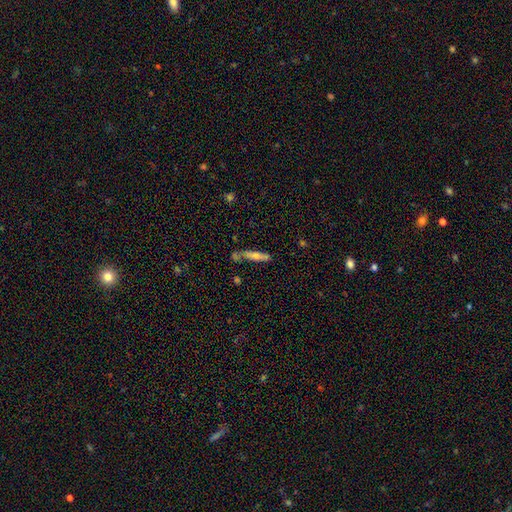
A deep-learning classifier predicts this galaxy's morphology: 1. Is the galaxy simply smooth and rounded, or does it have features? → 47% featured or disk, 44% smooth, 9% star or artifact.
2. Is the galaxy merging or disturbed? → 68% none, 16% minor disturbance, 11% merger, 5% major disturbance.